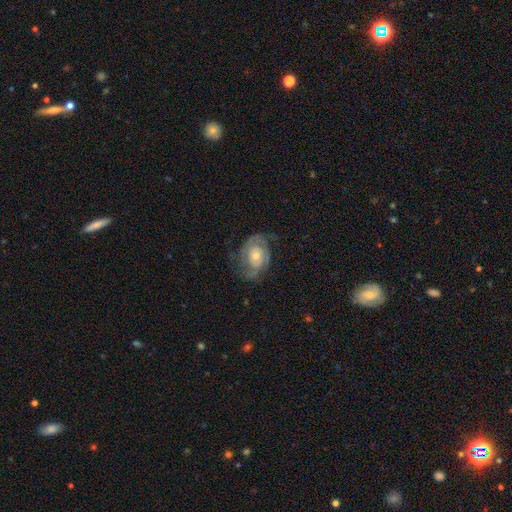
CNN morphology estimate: smooth_or_featured: featured or disk (p=0.80) [alt: smooth p=0.14]
disk_edge_on: no (p=0.97) [alt: yes p=0.03]
bar: no (p=0.73) [alt: weak p=0.22]
has_spiral_arms: yes (p=0.91) [alt: no p=0.09]
spiral_winding: tight (p=0.48) [alt: medium p=0.39]
spiral_arm_count: 2 (p=0.72) [alt: can't tell p=0.15]
bulge_size: moderate (p=0.51) [alt: small p=0.41]
merging: none (p=0.68) [alt: minor disturbance p=0.19]